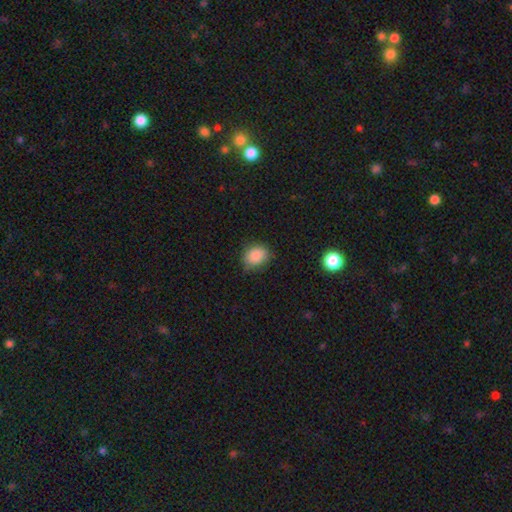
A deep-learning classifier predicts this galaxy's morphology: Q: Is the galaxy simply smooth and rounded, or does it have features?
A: smooth — 86%.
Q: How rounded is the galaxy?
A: round — 51%.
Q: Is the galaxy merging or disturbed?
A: none — 73%.